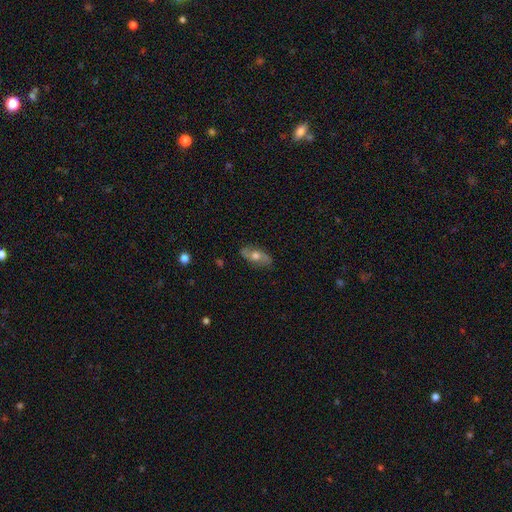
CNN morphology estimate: featured or disk 51%, smooth 42%, star or artifact 7%. Down the decision tree: edge-on disk — no (78%); merging — none (82%).